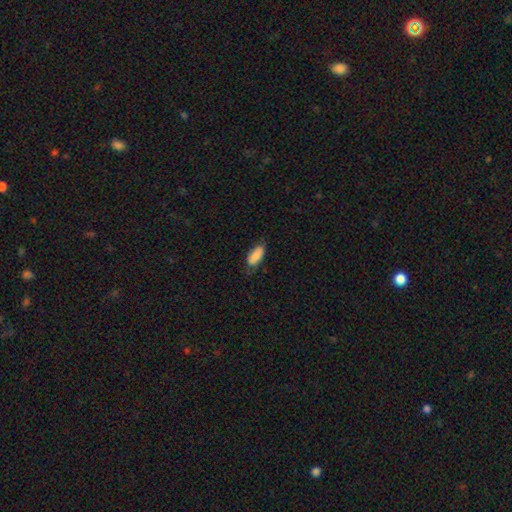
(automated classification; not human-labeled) Smooth or featured?
  - smooth: 85% *
  - featured or disk: 8%
  - star or artifact: 6%
How rounded?
  - in between: 89% *
  - cigar-shaped: 9%
  - round: 2%
Merging?
  - none: 63% *
  - minor disturbance: 29%
  - major disturbance: 7%
  - merger: 1%